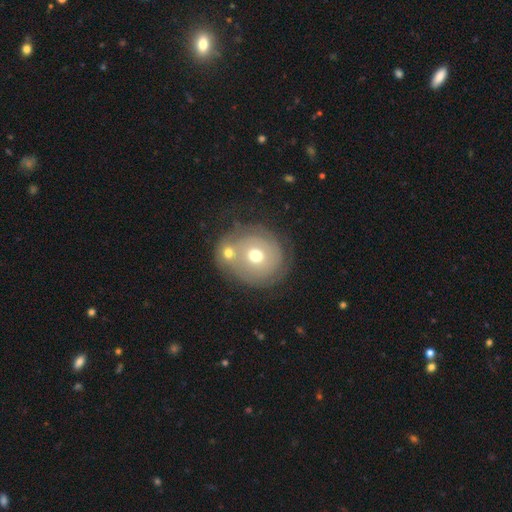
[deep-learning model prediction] Smooth or featured? featured or disk (51%)
Edge-on disk? no (96%)
Merging? none (42%)